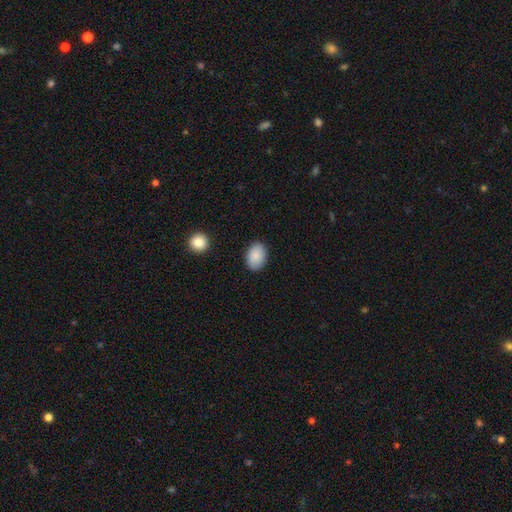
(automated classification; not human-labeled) Smooth or featured?
  - smooth: 89% *
  - star or artifact: 6%
  - featured or disk: 4%
How rounded?
  - in between: 86% *
  - round: 13%
  - cigar-shaped: 1%
Merging?
  - none: 88% *
  - minor disturbance: 9%
  - major disturbance: 2%
  - merger: 1%